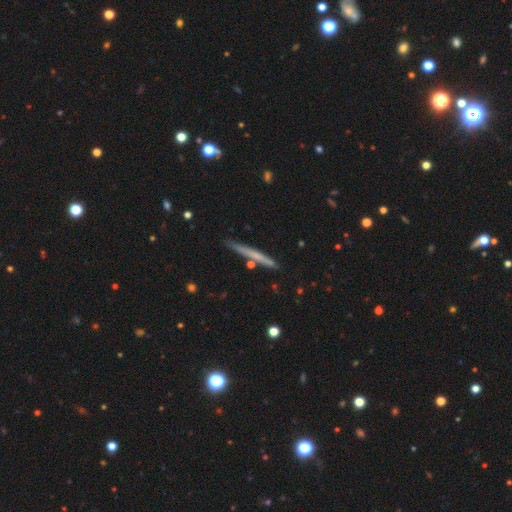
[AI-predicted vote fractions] This appears to be a smooth galaxy with no disk features (50%) that is cigar-shaped (97%). Merging: none (85%).